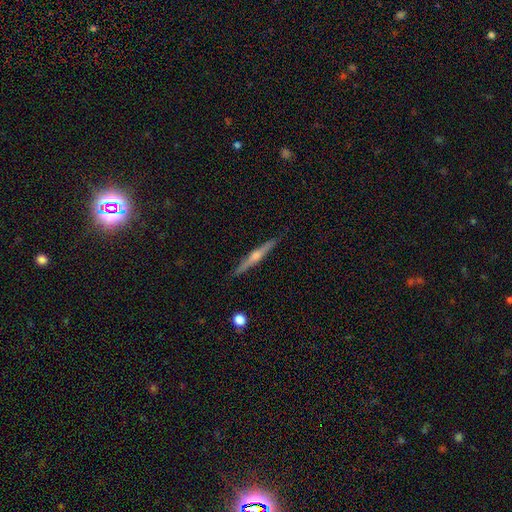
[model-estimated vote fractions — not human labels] smooth-or-featured: featured or disk: 73% | smooth: 17% | star or artifact: 10%
  disk-edge-on: yes: 97% | no: 3%
    edge-on-bulge: rounded: 85% | none: 9% | boxy: 5%
  merging: none: 90% | minor disturbance: 7% | major disturbance: 2% | merger: 1%